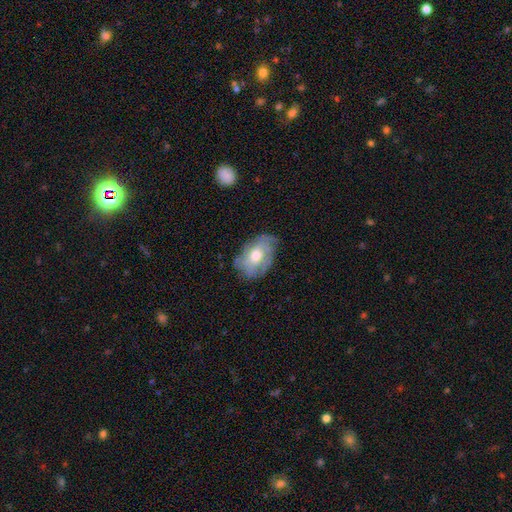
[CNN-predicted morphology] This appears to be a featured or disk galaxy (61%) with no bar (76%), spiral arms (72%) and a moderate central bulge (71%). Merging: none (64%).